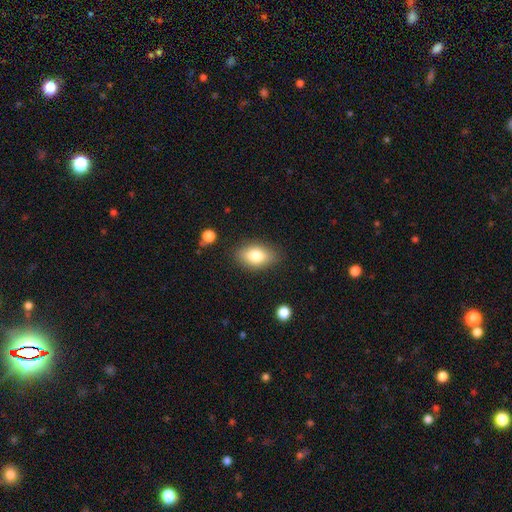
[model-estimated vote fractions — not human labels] Smooth or featured: smooth — 79% (featured or disk — 13%)
How rounded: in between — 88% (round — 9%)
Merging: none — 82% (minor disturbance — 13%)